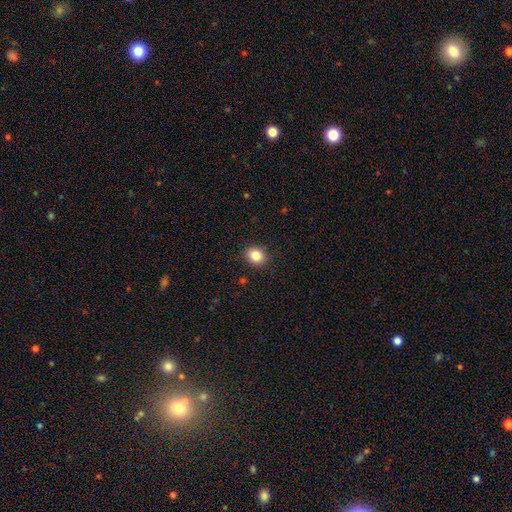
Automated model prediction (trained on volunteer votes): smooth_or_featured: smooth (p=0.85) [alt: star or artifact p=0.10]
how_rounded: round (p=0.67) [alt: in between p=0.32]
merging: none (p=0.90) [alt: minor disturbance p=0.07]